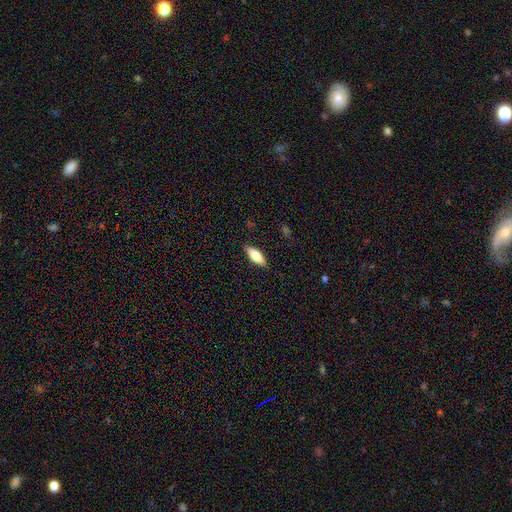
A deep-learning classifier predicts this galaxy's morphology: Smooth or featured? Predicted: smooth (p=0.72). How rounded? Predicted: in between (p=0.69). Merging? Predicted: none (p=0.86).